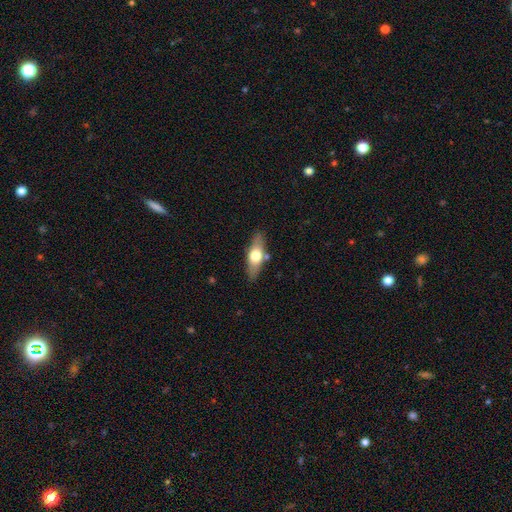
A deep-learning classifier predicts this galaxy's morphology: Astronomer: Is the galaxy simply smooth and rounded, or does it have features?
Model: smooth — 57% (runner-up: featured or disk, 38%).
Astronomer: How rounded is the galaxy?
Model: in between — 64%.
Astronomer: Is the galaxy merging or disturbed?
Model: none — 82%.